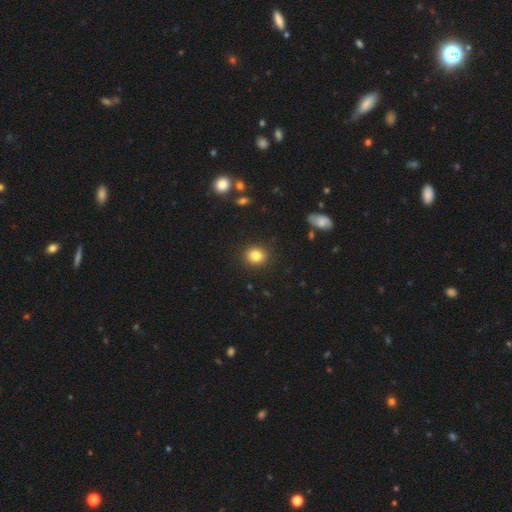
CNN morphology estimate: type=smooth (83%); roundness=round (82%); merging=none (90%).